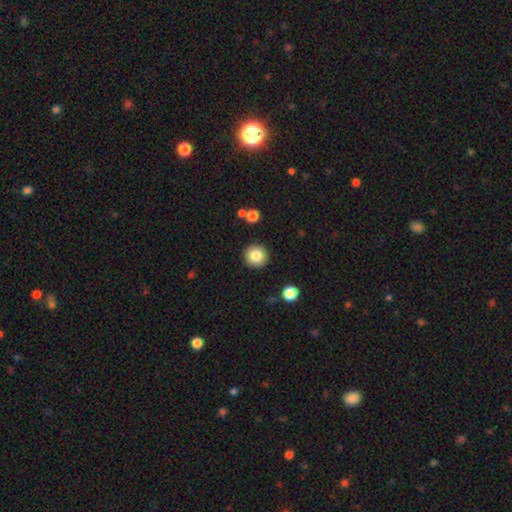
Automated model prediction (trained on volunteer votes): A smooth galaxy with no disk features (84%) that is round (95%). Merging: none (90%).